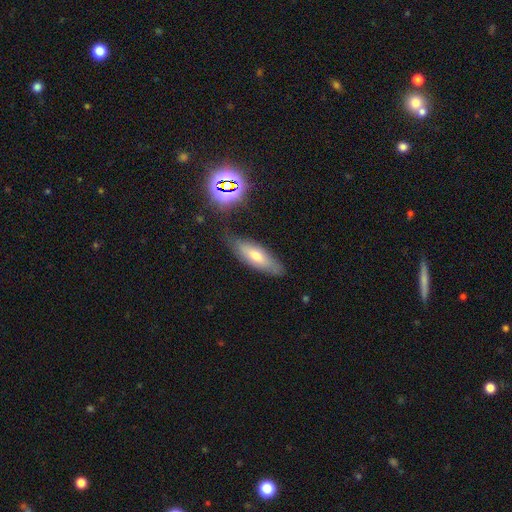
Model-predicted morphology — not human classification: Smooth or featured? smooth (59%)
How rounded? in between (56%)
Merging? none (76%)